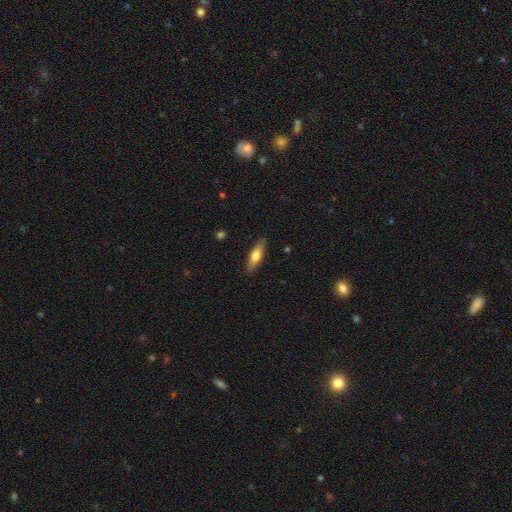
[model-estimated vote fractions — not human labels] This appears to be a smooth galaxy with no disk features (68%) that is cigar-shaped (53%). Merging: none (88%).